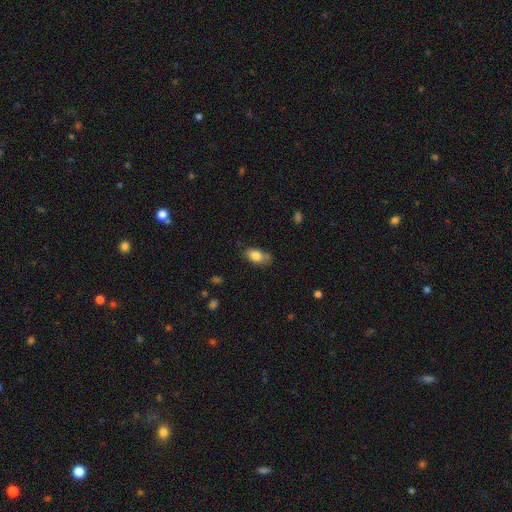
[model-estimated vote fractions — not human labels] Smooth or featured? Predicted: smooth (p=0.81). How rounded? Predicted: in between (p=0.89). Merging? Predicted: none (p=0.69).